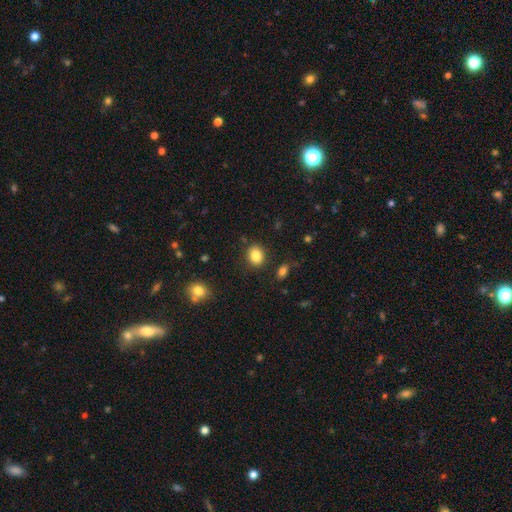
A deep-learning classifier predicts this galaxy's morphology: smooth 85%, star or artifact 10%, featured or disk 6%. Down the decision tree: how rounded — in between (52%); merging — none (85%).